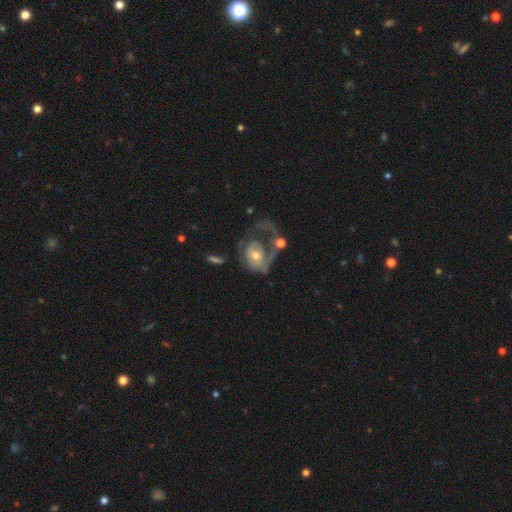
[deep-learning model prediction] This is likely a featured or disk galaxy (65%). It is clearly not viewed edge-on (96%). Bar: likely no (77%). Spiral arm pattern: possibly yes (58%). Central bulge: possibly moderate (60%). Merging: possibly major disturbance (50%).